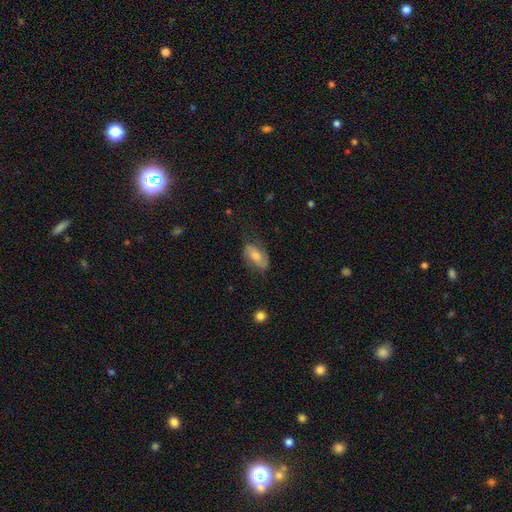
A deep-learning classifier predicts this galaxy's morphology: smooth-or-featured: smooth: 48% | featured or disk: 43% | star or artifact: 9%
  merging: none: 71% | minor disturbance: 21% | major disturbance: 7% | merger: 1%